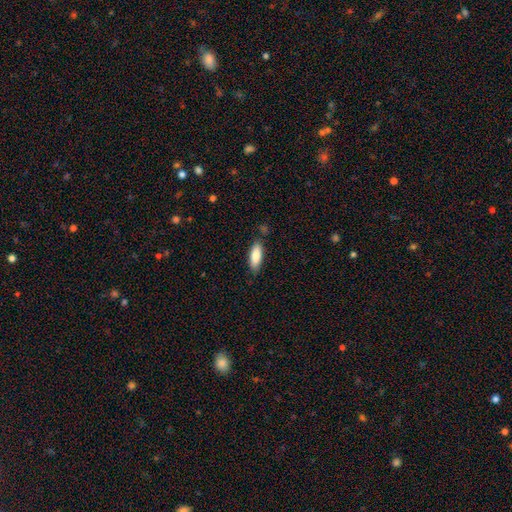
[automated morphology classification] A smooth galaxy with no disk features (83%) that is in between round and cigar-shaped (66%).

Vote fractions:
- Smooth or featured? smooth: 83% / featured or disk: 11% / star or artifact: 6%
- How rounded? in between: 66% / cigar-shaped: 32% / round: 2%
- Merging? none: 81% / minor disturbance: 14% / major disturbance: 3% / merger: 3%